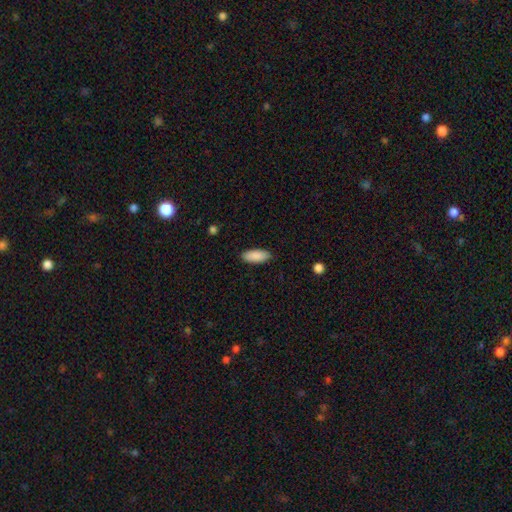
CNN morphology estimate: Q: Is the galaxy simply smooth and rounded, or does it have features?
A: smooth — 90%.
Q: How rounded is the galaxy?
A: in between — 80%.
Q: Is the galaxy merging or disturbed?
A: none — 87%.